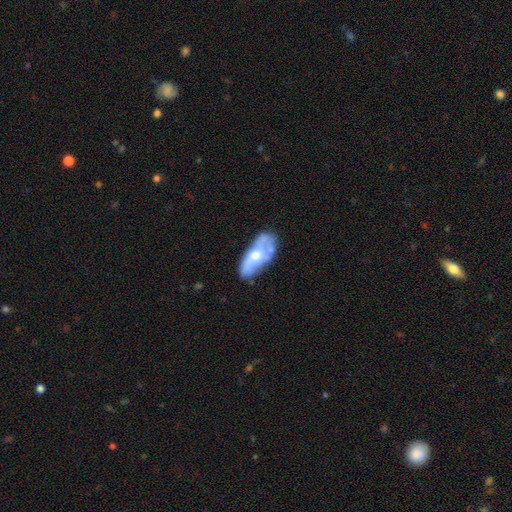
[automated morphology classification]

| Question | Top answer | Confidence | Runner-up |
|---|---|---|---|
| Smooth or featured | featured or disk | 56% | smooth (38%) |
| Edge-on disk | no | 88% | yes (12%) |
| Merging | none | 51% | minor disturbance (27%) |